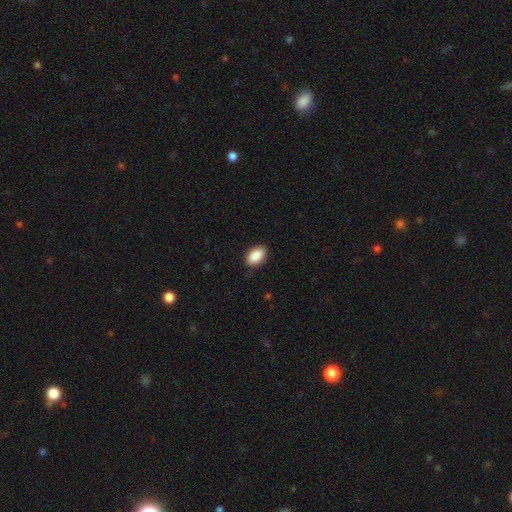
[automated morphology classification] Smooth or featured? Predicted: smooth (p=0.90). How rounded? Predicted: in between (p=0.92). Merging? Predicted: none (p=0.87).